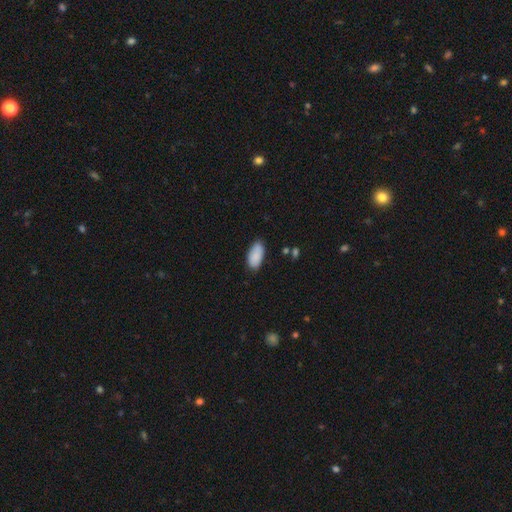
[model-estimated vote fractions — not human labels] Q: Smooth or featured?
A: smooth (86%); runner-up: featured or disk (7%)
Q: How rounded?
A: in between (94%); runner-up: cigar-shaped (4%)
Q: Merging?
A: none (79%); runner-up: minor disturbance (16%)